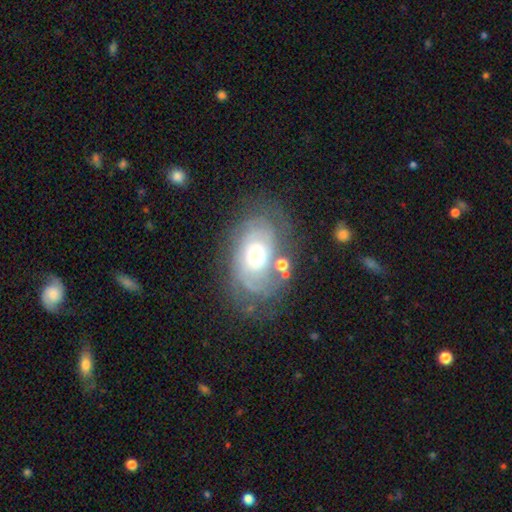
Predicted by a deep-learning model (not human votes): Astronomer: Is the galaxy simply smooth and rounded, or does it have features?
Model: featured or disk — 70%.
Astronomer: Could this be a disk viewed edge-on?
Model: no — 95%.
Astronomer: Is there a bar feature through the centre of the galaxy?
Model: no — 79%.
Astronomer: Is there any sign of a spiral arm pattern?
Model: yes — 80%.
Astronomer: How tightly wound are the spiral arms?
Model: tight — 62%.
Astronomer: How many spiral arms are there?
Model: can't tell — 44% (runner-up: 2, 30%).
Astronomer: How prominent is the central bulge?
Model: moderate — 69%.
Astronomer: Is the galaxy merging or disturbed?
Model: none — 61%.